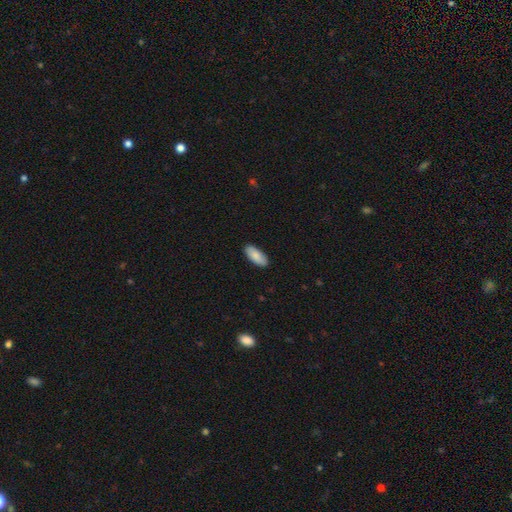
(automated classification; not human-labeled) smooth_or_featured: smooth (p=0.87) [alt: featured or disk p=0.08]
how_rounded: in between (p=0.86) [alt: cigar-shaped p=0.12]
merging: none (p=0.89) [alt: minor disturbance p=0.08]